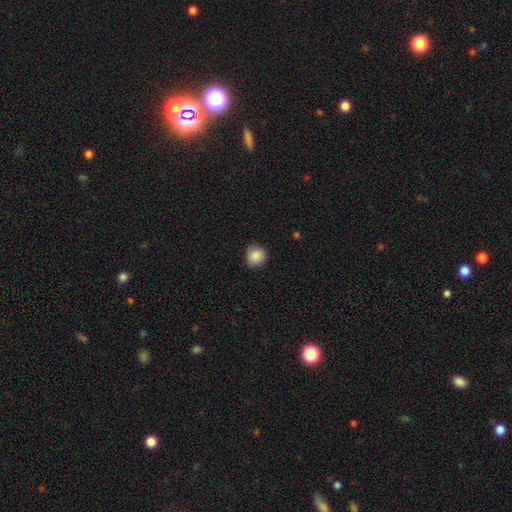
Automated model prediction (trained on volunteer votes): A smooth galaxy with no disk features (88%) that is round (91%).

Vote fractions:
- Smooth or featured? smooth: 88% / star or artifact: 8% / featured or disk: 4%
- How rounded? round: 91% / in between: 8% / cigar-shaped: 1%
- Merging? none: 87% / minor disturbance: 10% / major disturbance: 2% / merger: 1%